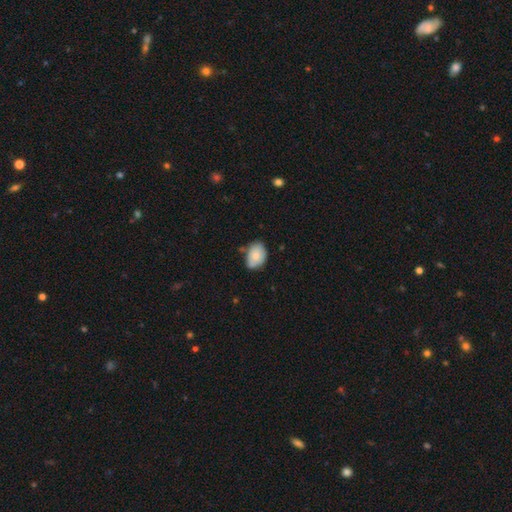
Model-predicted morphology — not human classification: Overall: smooth (79%). How rounded: in between (79%). Merging: none (65%; minor disturbance 27%).